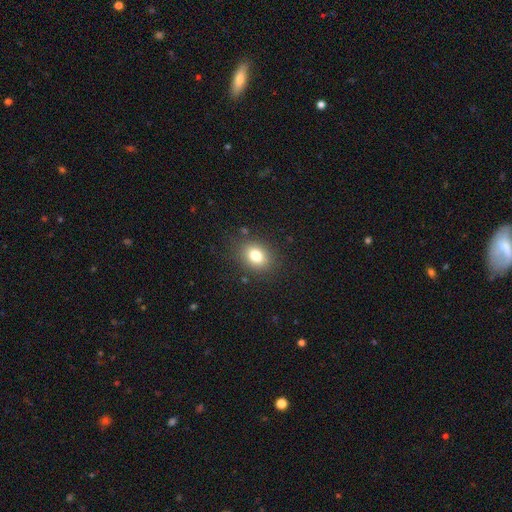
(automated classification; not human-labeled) A smooth galaxy with no disk features (80%) that is in between round and cigar-shaped (55%).

Vote fractions:
- Smooth or featured? smooth: 80% / star or artifact: 11% / featured or disk: 9%
- How rounded? in between: 55% / round: 44% / cigar-shaped: 1%
- Merging? none: 85% / minor disturbance: 10% / major disturbance: 3% / merger: 2%